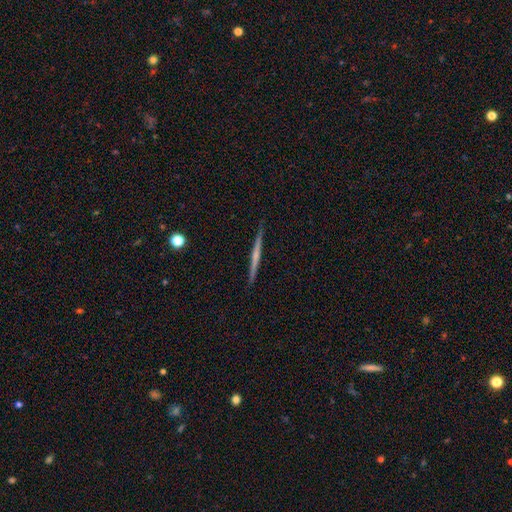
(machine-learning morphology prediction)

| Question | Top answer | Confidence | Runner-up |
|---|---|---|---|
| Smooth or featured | featured or disk | 63% | smooth (31%) |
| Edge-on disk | yes | 98% | no (2%) |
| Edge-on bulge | none | 59% | rounded (34%) |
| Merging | none | 91% | minor disturbance (7%) |